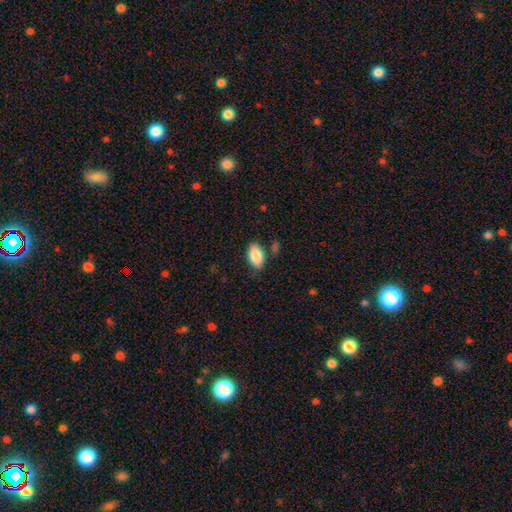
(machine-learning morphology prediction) This appears to be a smooth galaxy with no disk features (87%) that is in between round and cigar-shaped (93%). Merging: none (80%).